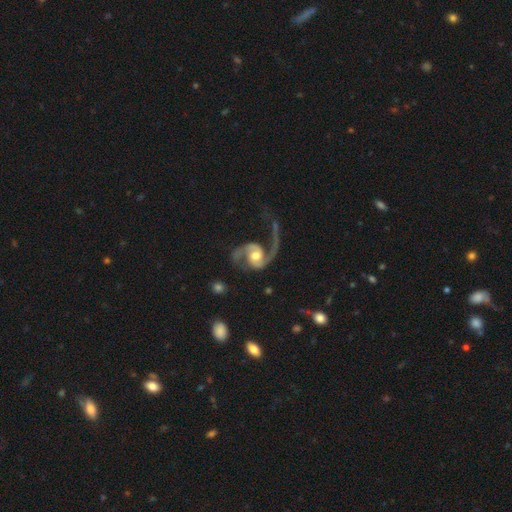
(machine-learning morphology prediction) This is clearly a featured or disk galaxy (92%). It is clearly not viewed edge-on (98%). Bar: possibly no (54%). Spiral arm pattern: clearly yes (98%). Spiral arm count: clearly 2 (89%). Spiral winding: marginally medium (45%, tied with loose). Central bulge: likely moderate (69%). Merging: possibly none (49%).